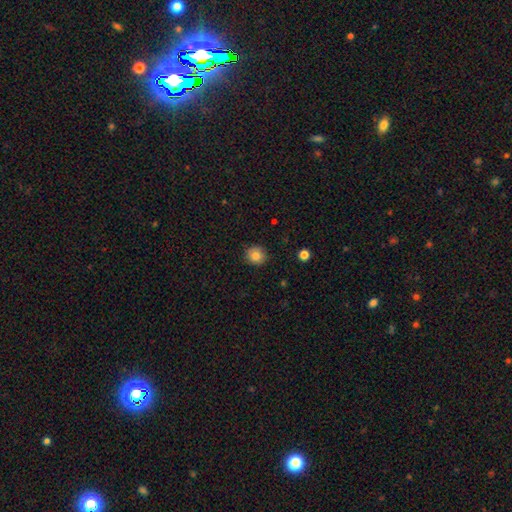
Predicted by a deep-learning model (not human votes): A smooth galaxy with no disk features (82%) that is round (90%). Merging: none (88%).